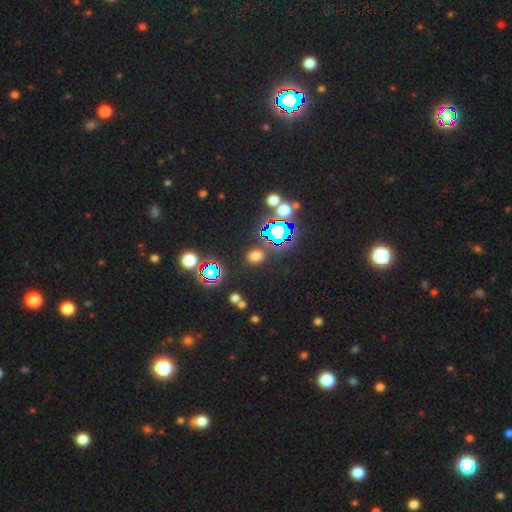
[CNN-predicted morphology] The model was most divided on "smooth or featured": smooth: 59%, star or artifact: 35%, featured or disk: 6%. More confident: merging — none (84%); how rounded — round (66%).